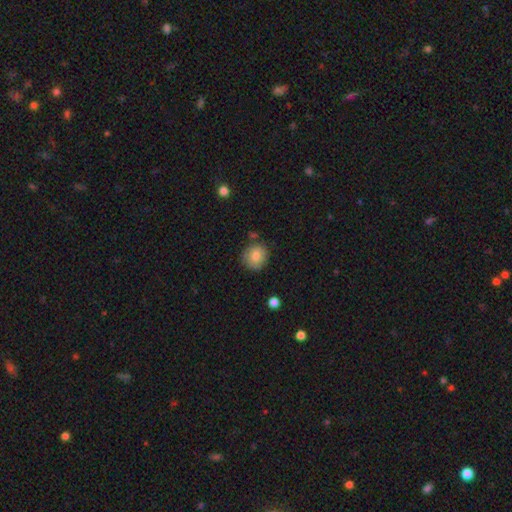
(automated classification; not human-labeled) Smooth or featured? Predicted: smooth (p=0.83). How rounded? Predicted: round (p=0.84). Merging? Predicted: none (p=0.77).